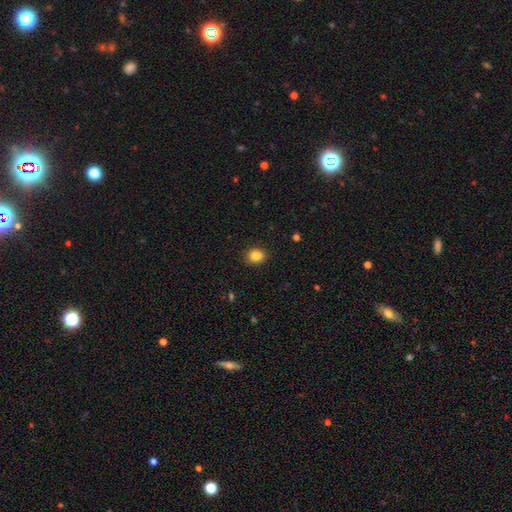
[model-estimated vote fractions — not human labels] A smooth galaxy with no disk features (86%) that is round (50%). Merging: none (88%).